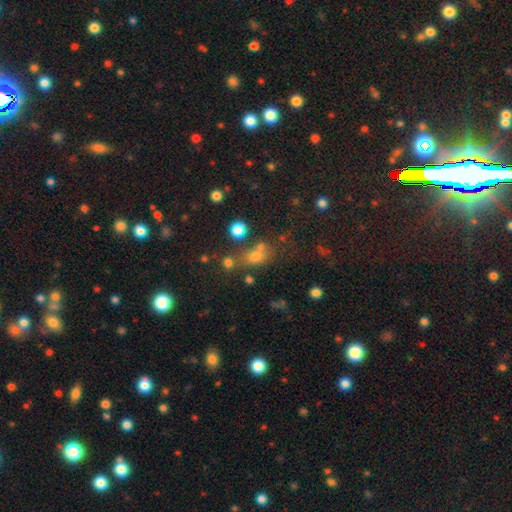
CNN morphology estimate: This appears to be a smooth galaxy with no disk features (60%) that is round (57%). Merging: none (54%).